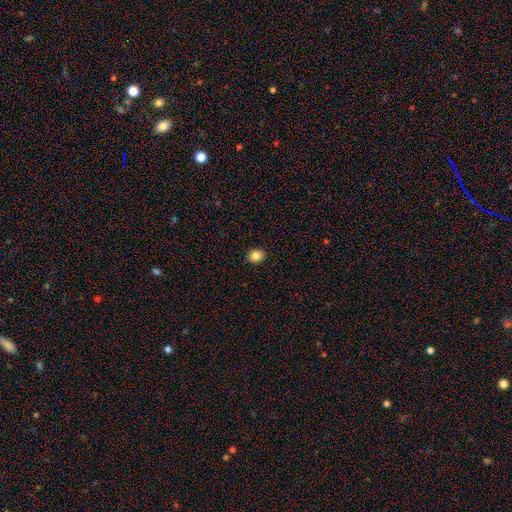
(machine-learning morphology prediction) Smooth or featured?
  - smooth: 84% *
  - star or artifact: 10%
  - featured or disk: 6%
How rounded?
  - round: 61% *
  - in between: 38%
  - cigar-shaped: 1%
Merging?
  - none: 91% *
  - minor disturbance: 7%
  - major disturbance: 2%
  - merger: 1%